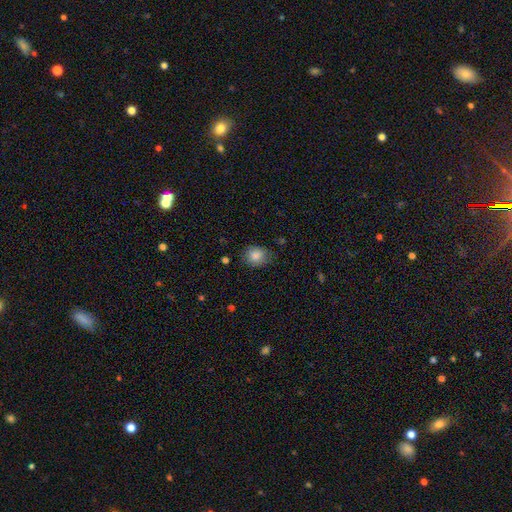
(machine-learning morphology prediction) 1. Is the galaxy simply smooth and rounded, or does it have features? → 85% smooth, 9% star or artifact, 6% featured or disk.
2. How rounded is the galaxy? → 64% round, 35% in between, 1% cigar-shaped.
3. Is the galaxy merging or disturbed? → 78% none, 17% minor disturbance, 4% major disturbance, 1% merger.